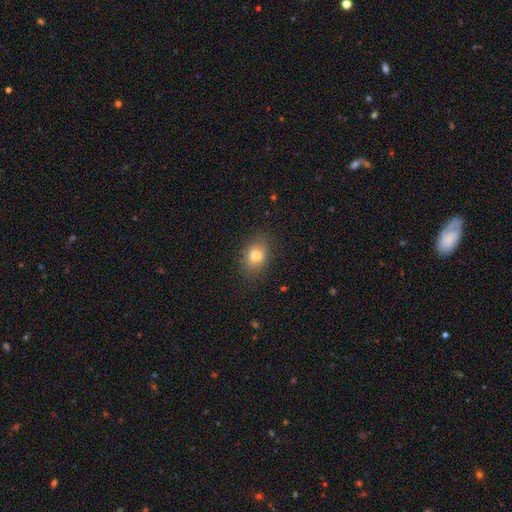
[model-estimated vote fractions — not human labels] smooth-or-featured: smooth: 77% | featured or disk: 12% | star or artifact: 11%
  how-rounded: in between: 68% | round: 30% | cigar-shaped: 2%
  merging: none: 84% | minor disturbance: 11% | major disturbance: 3% | merger: 1%